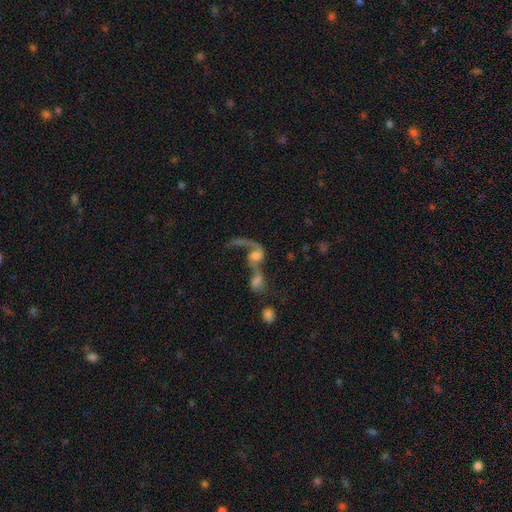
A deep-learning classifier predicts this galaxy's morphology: This is likely a featured or disk galaxy (63%). It is clearly not viewed edge-on (96%). Bar: likely no (67%). Spiral arm pattern: likely yes (75%). Central bulge: marginally moderate (41%). Merging: likely merger (69%).